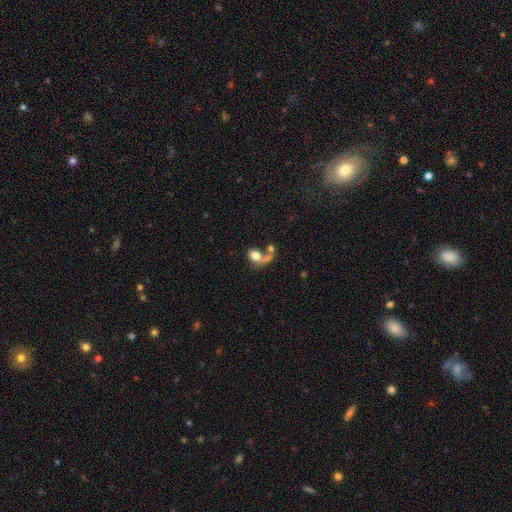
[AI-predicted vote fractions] A smooth galaxy with no disk features (70%) that is in between round and cigar-shaped (67%). Merging: merger (46%).